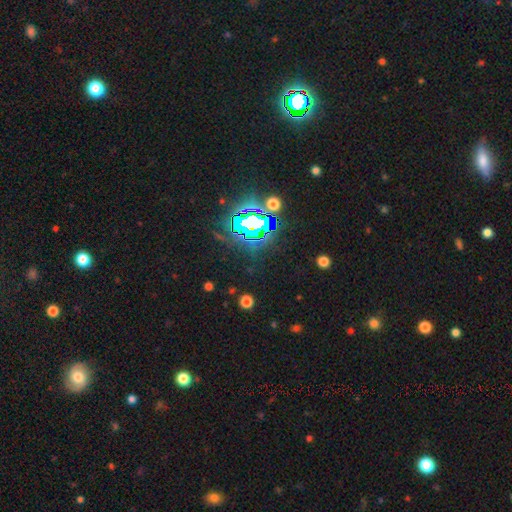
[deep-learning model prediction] Smooth or featured?
  - star or artifact: 80% *
  - smooth: 12%
  - featured or disk: 9%